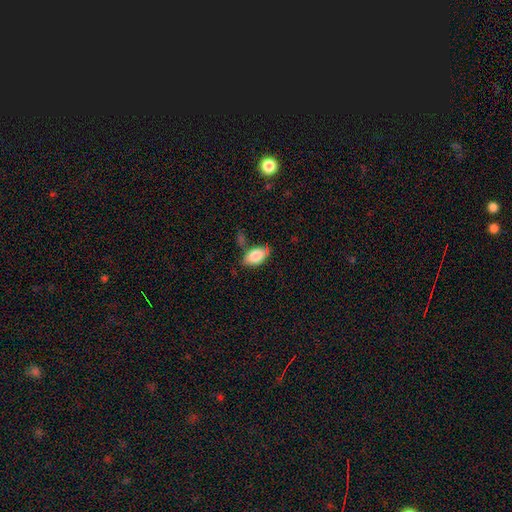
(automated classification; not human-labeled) Smooth or featured?
  - smooth: 84% *
  - featured or disk: 9%
  - star or artifact: 7%
How rounded?
  - in between: 92% *
  - round: 5%
  - cigar-shaped: 3%
Merging?
  - none: 64% *
  - minor disturbance: 22%
  - merger: 9%
  - major disturbance: 6%